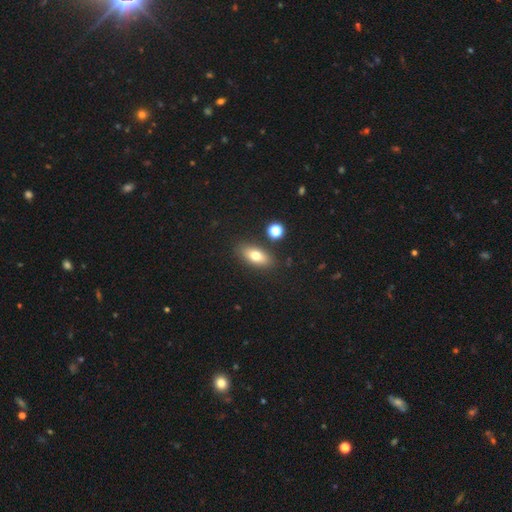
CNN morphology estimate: This is likely a smooth galaxy (72%). How rounded: clearly in between (81%). Merging: clearly none (85%).